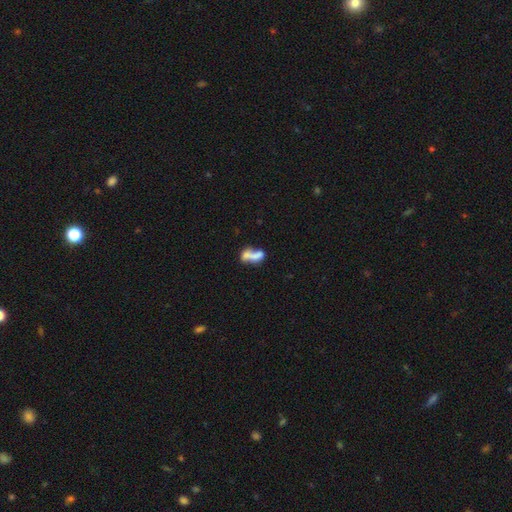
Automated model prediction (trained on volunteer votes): smooth-or-featured: smooth: 61% | featured or disk: 29% | star or artifact: 10%
  how-rounded: in between: 69% | cigar-shaped: 21% | round: 10%
  merging: merger: 54% | none: 23% | major disturbance: 12% | minor disturbance: 11%